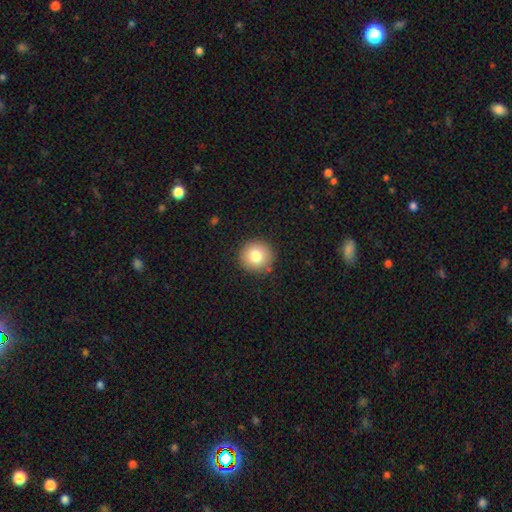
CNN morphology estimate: The model was most divided on "smooth or featured": smooth: 79%, featured or disk: 11%, star or artifact: 10%. More confident: how rounded — round (94%); merging — none (90%).